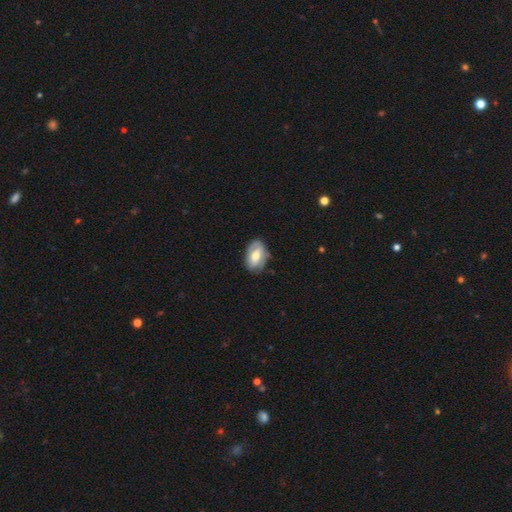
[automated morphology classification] smooth 47%, featured or disk 46%, star or artifact 7%. Down the decision tree: merging — none (67%).